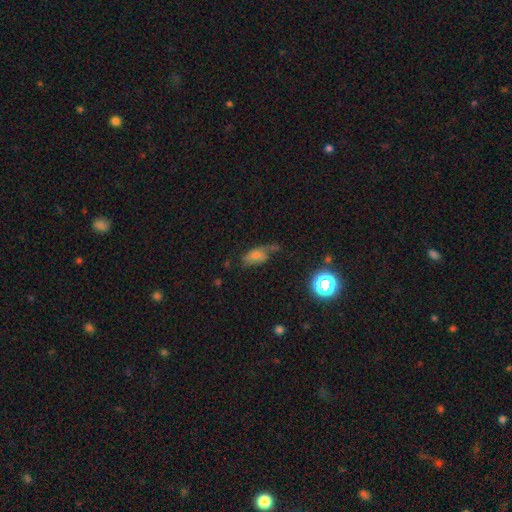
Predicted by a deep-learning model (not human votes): The model was most divided on "merging": none: 44%, minor disturbance: 30%, major disturbance: 20%, merger: 6%. More confident: how rounded — in between (81%); smooth or featured — smooth (55%).